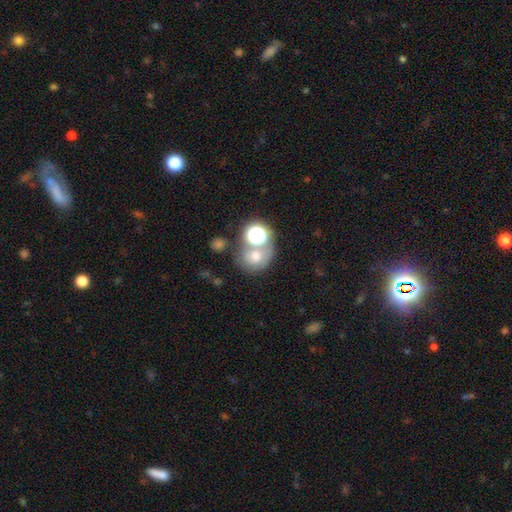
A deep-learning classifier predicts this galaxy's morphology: Smooth or featured? smooth (60%)
How rounded? round (71%)
Merging? none (46%)